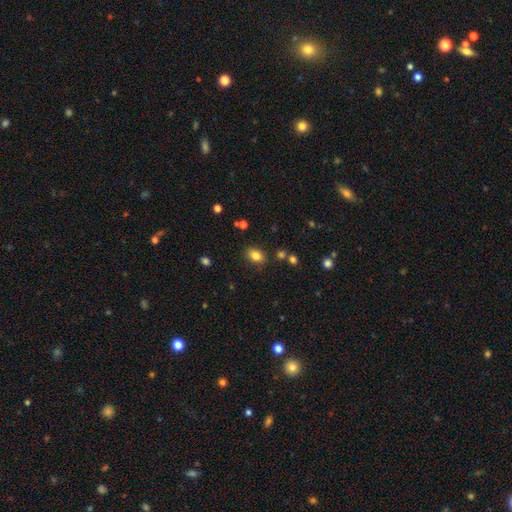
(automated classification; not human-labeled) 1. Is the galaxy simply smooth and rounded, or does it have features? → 82% smooth, 11% star or artifact, 6% featured or disk.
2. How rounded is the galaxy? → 71% in between, 28% round, 1% cigar-shaped.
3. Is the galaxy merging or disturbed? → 83% none, 10% minor disturbance, 3% merger, 3% major disturbance.